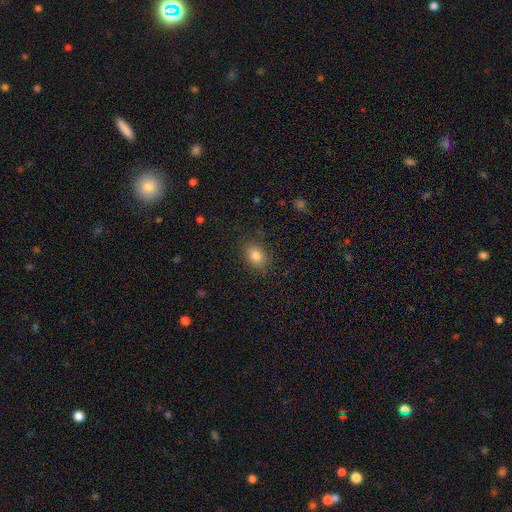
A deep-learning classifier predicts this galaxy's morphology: smooth-or-featured: smooth: 83% | star or artifact: 10% | featured or disk: 7%
  how-rounded: in between: 70% | round: 29% | cigar-shaped: 1%
  merging: none: 83% | minor disturbance: 12% | major disturbance: 4% | merger: 1%